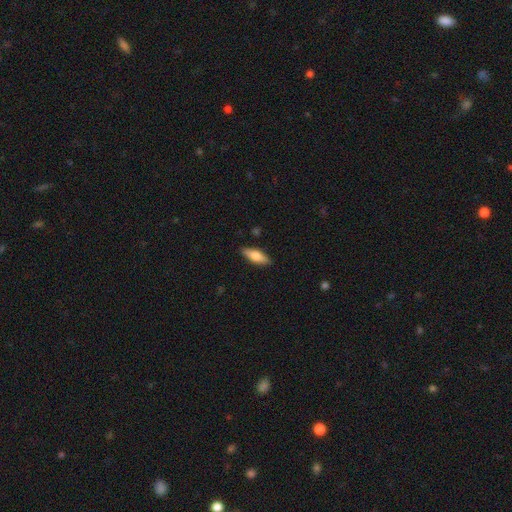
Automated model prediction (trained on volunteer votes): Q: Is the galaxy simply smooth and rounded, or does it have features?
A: smooth — 69%.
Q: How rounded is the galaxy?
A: in between — 60%.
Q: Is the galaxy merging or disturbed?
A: none — 87%.